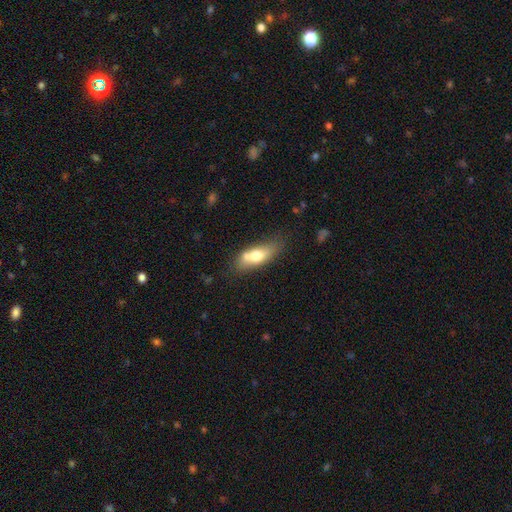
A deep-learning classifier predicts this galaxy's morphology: Overall: smooth (66%; featured or disk 27%). How rounded: in between (72%). Merging: none (50%; minor disturbance 22%).